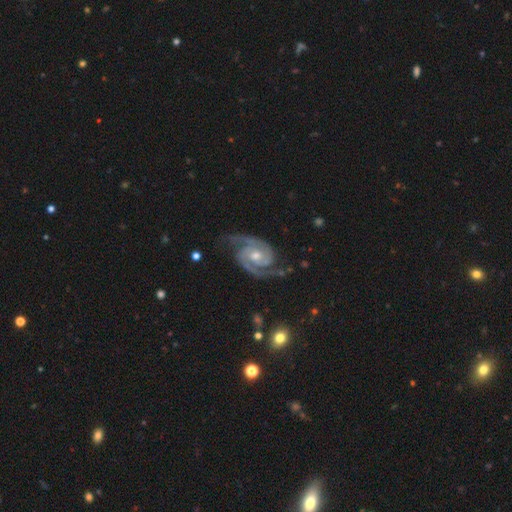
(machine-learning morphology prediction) Smooth or featured? Predicted: featured or disk (p=0.94). Edge-on disk? Predicted: no (p=0.98). Bar? Predicted: no (p=0.62). Spiral arms? Predicted: yes (p=0.99). Spiral winding? Predicted: medium (p=0.48). Spiral arm count? Predicted: 2 (p=0.89). Bulge size? Predicted: moderate (p=0.61). Merging? Predicted: none (p=0.78).